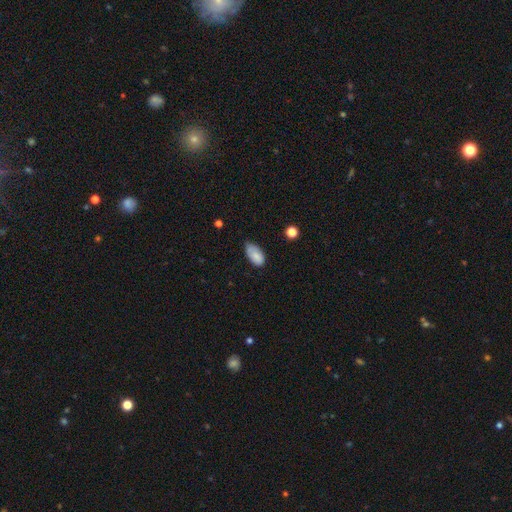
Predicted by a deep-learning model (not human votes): This appears to be a smooth galaxy with no disk features (80%) that is in between round and cigar-shaped (94%). Merging: none (54%).